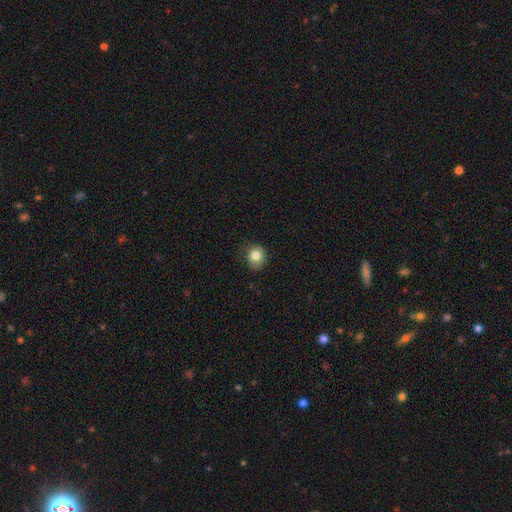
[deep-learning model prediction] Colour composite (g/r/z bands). It shows a smooth galaxy with no disk features (82%) that is round (79%). Merging: none (73%).